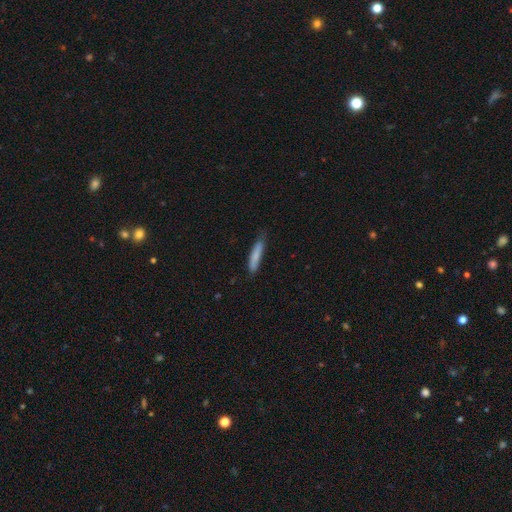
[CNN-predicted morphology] smooth 82%, featured or disk 12%, star or artifact 6%. Down the decision tree: how rounded — cigar-shaped (87%); merging — none (71%).